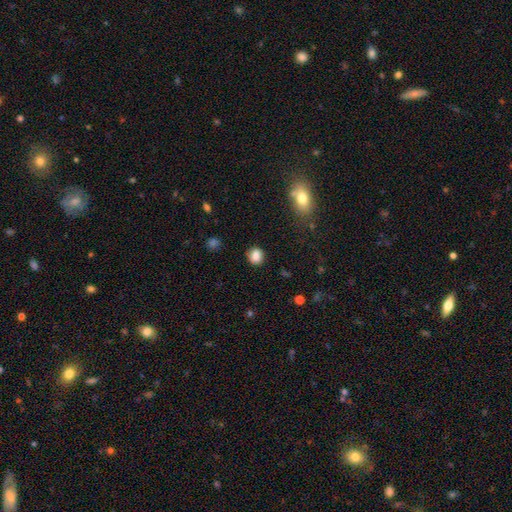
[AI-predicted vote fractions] The model was most divided on "how rounded": round: 65%, in between: 33%, cigar-shaped: 1%. More confident: smooth or featured — smooth (85%); merging — none (83%).